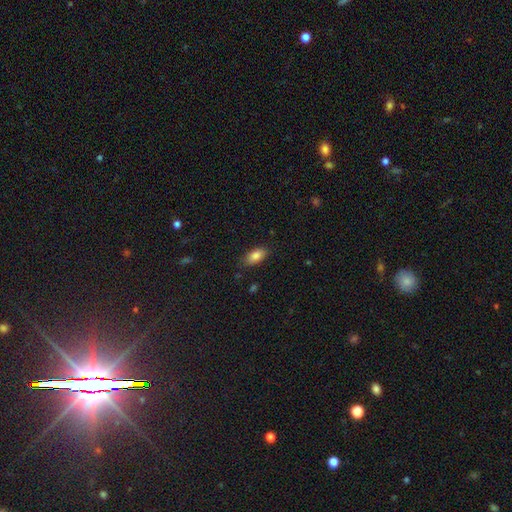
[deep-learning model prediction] Overall: smooth (84%). How rounded: in between (89%). Merging: none (83%).